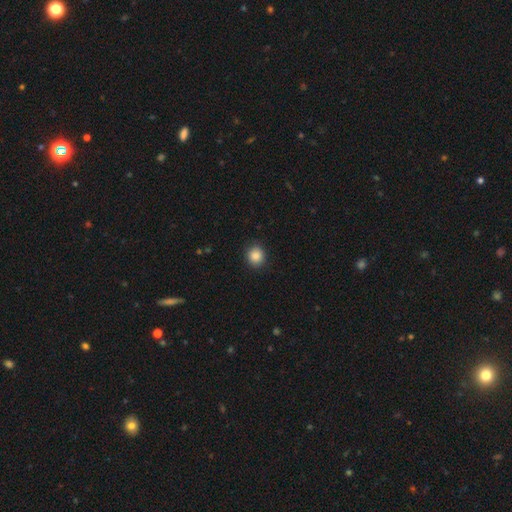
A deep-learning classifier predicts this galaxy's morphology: smooth 88%, star or artifact 9%, featured or disk 3%. Down the decision tree: how rounded — round (85%); merging — none (90%).